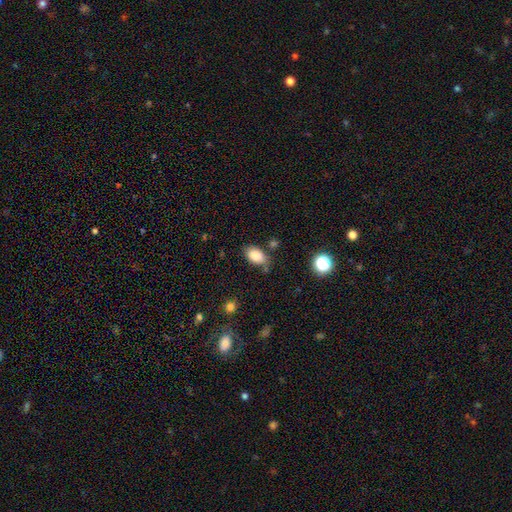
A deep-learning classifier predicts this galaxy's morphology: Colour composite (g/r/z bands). It shows a smooth galaxy with no disk features (86%) that is in between round and cigar-shaped (90%). Merging: none (74%).